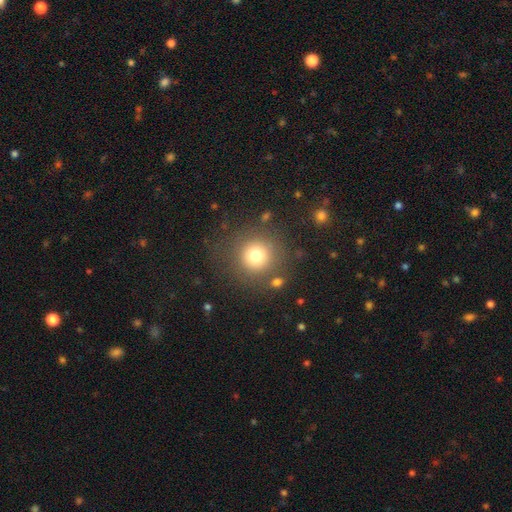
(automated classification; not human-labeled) Smooth or featured?
  - smooth: 75% *
  - star or artifact: 13%
  - featured or disk: 11%
How rounded?
  - round: 94% *
  - in between: 5%
  - cigar-shaped: 1%
Merging?
  - none: 81% *
  - minor disturbance: 10%
  - major disturbance: 6%
  - merger: 4%